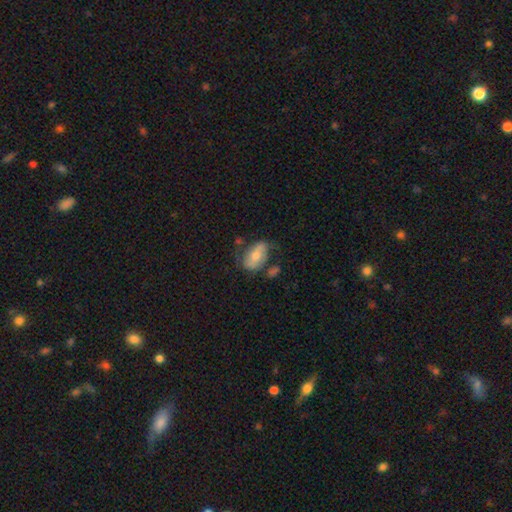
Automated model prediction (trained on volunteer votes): A smooth galaxy with no disk features (47%).

Vote fractions:
- Smooth or featured? smooth: 47% / featured or disk: 45% / star or artifact: 7%
- Merging? none: 50% / minor disturbance: 26% / major disturbance: 15% / merger: 10%